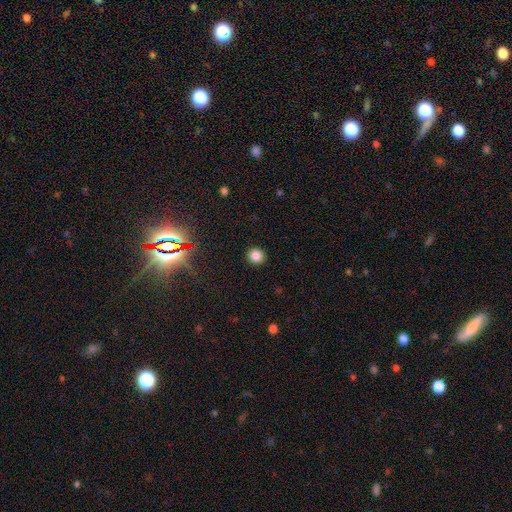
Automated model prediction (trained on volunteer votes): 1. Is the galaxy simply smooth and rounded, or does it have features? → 83% smooth, 13% star or artifact, 4% featured or disk.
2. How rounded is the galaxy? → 87% round, 12% in between, 1% cigar-shaped.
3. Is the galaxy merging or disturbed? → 91% none, 6% minor disturbance, 2% major disturbance, 1% merger.